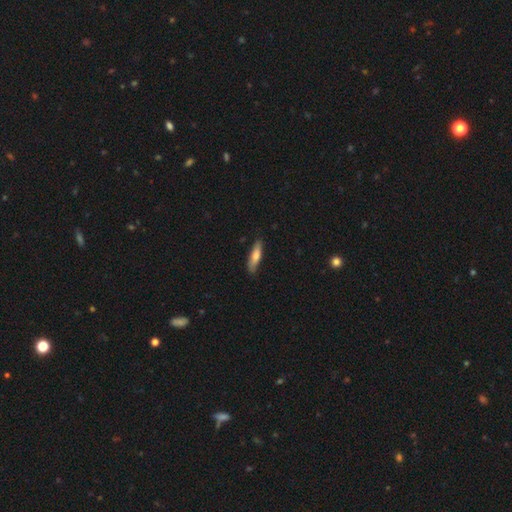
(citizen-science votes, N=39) A smooth galaxy with no disk features (69%) that is cigar-shaped (78%).

Vote fractions:
- Smooth or featured? smooth: 69% / featured or disk: 28% / star or artifact: 3%
- How rounded? cigar-shaped: 78% / in between: 22% / round: 0%
- Merging? none: 82% / minor disturbance: 18% / major disturbance: 0% / merger: 0%